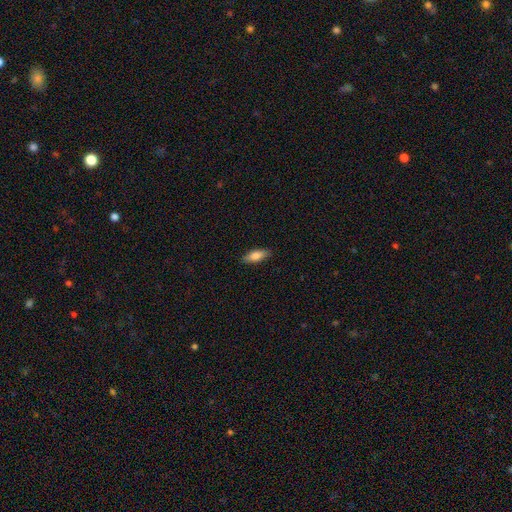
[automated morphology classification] A smooth galaxy with no disk features (78%) that is in between round and cigar-shaped (62%). Merging: none (88%).